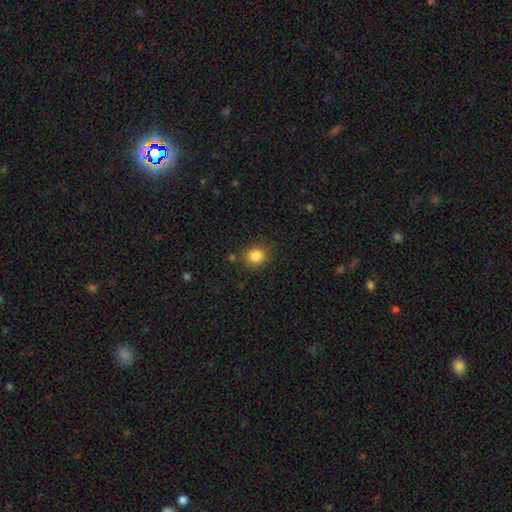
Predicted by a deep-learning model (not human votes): A smooth galaxy with no disk features (84%) that is round (79%).

Vote fractions:
- Smooth or featured? smooth: 84% / star or artifact: 11% / featured or disk: 5%
- How rounded? round: 79% / in between: 20% / cigar-shaped: 1%
- Merging? none: 84% / minor disturbance: 10% / merger: 3% / major disturbance: 3%